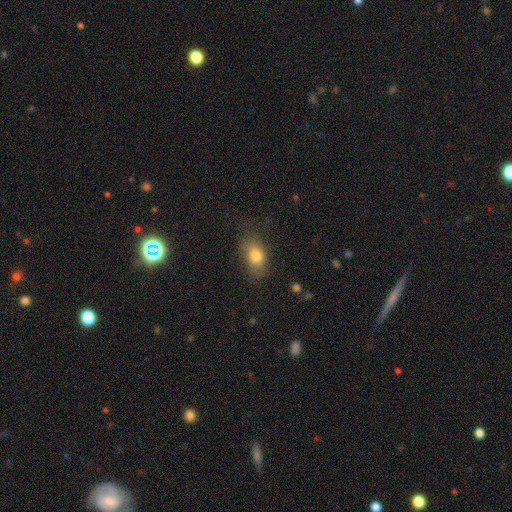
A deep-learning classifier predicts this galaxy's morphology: smooth_or_featured: smooth (p=0.78) [alt: featured or disk p=0.12]
how_rounded: in between (p=0.80) [alt: round p=0.18]
merging: none (p=0.66) [alt: minor disturbance p=0.23]